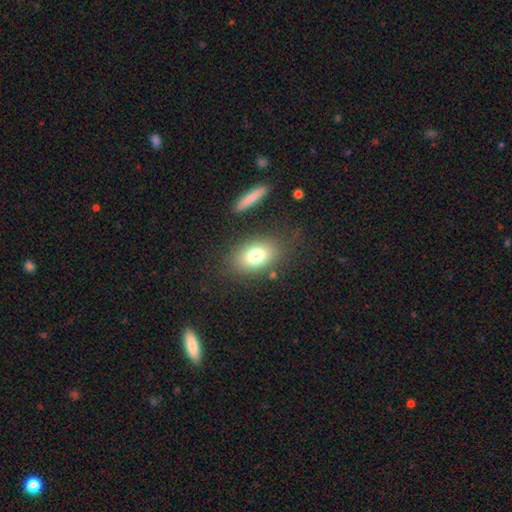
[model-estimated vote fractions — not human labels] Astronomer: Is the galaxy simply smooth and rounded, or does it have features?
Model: smooth — 76%.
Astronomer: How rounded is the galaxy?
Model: in between — 80%.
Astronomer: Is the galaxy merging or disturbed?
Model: none — 79%.